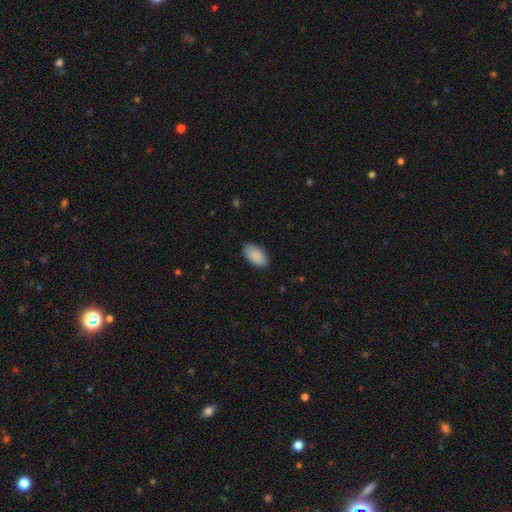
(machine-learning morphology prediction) A smooth galaxy with no disk features (90%) that is in between round and cigar-shaped (96%). Merging: none (88%).